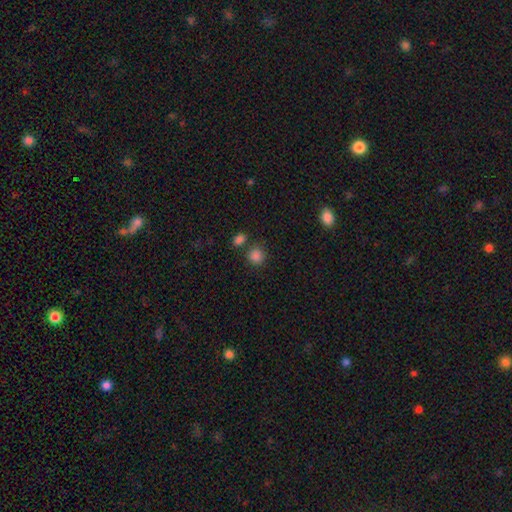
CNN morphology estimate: type=smooth (84%); roundness=round (85%); merging=none (73%).